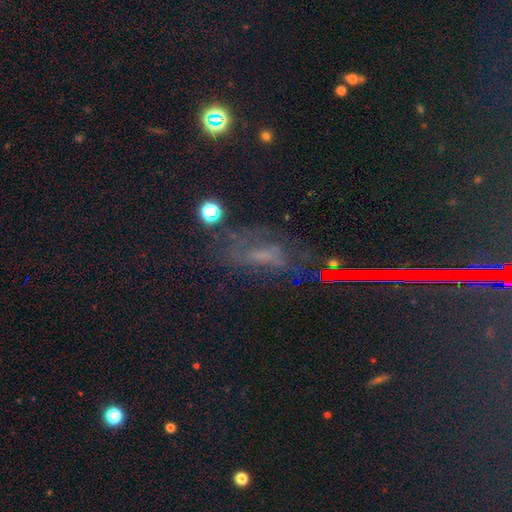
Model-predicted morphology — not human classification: type=star or artifact (44%).